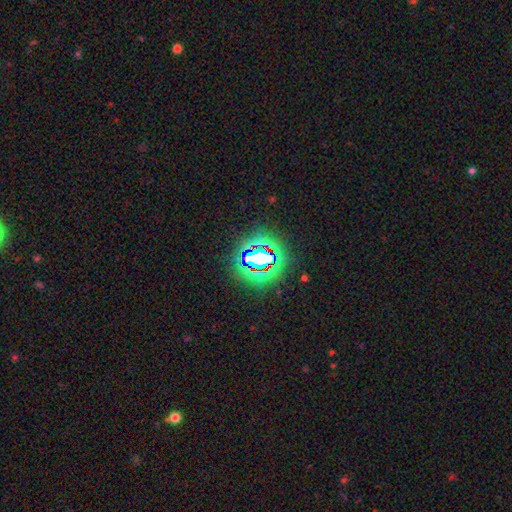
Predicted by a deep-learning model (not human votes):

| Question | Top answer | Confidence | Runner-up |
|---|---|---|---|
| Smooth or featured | star or artifact | 68% | smooth (19%) |